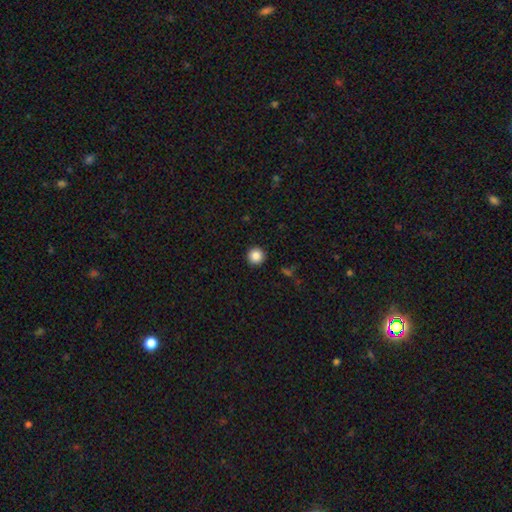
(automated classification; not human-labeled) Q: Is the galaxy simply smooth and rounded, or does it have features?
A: smooth — 86%.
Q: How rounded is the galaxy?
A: round — 96%.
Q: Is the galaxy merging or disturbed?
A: none — 93%.